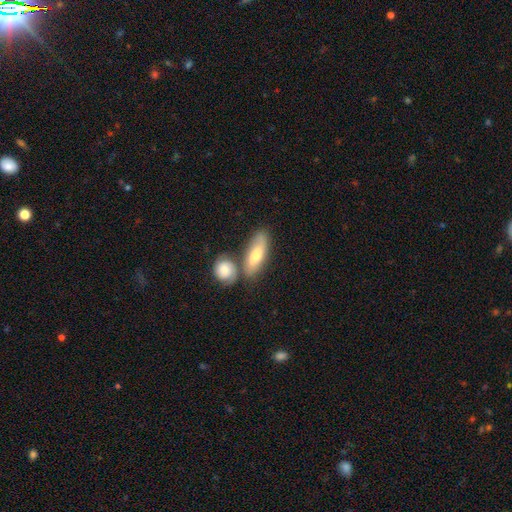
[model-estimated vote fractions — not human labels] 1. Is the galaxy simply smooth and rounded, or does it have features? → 61% smooth, 32% featured or disk, 6% star or artifact.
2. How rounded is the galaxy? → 62% in between, 33% cigar-shaped, 4% round.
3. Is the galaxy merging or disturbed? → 51% none, 30% merger, 14% minor disturbance, 4% major disturbance.